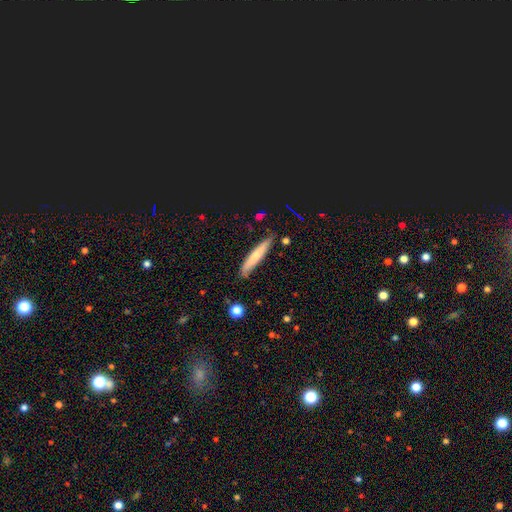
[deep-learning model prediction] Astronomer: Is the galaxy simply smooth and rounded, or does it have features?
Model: smooth — 67%.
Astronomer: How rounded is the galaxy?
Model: cigar-shaped — 91%.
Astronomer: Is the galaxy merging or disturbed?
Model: none — 83%.